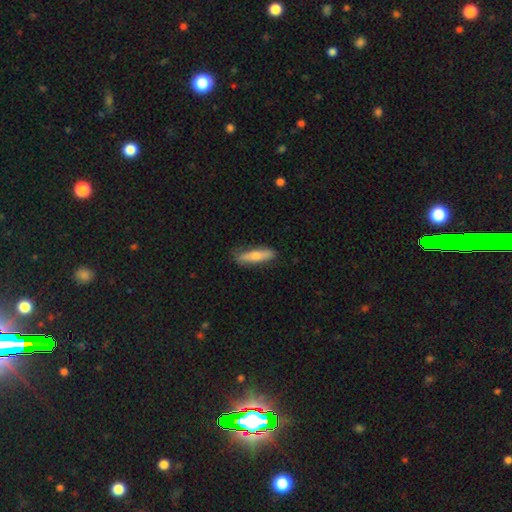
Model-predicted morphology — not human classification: smooth 67%, featured or disk 28%, star or artifact 5%. Down the decision tree: how rounded — cigar-shaped (73%); merging — none (80%).